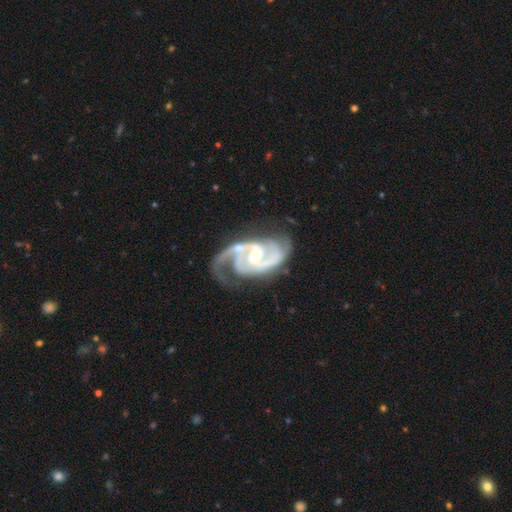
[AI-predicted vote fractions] Q: Smooth or featured?
A: featured or disk (93%); runner-up: star or artifact (4%)
Q: Edge-on disk?
A: no (98%); runner-up: yes (2%)
Q: Bar?
A: weak (47%); runner-up: no (32%)
Q: Spiral arms?
A: yes (99%); runner-up: no (1%)
Q: Spiral winding?
A: medium (55%); runner-up: tight (36%)
Q: Spiral arm count?
A: 2 (78%); runner-up: 3 (12%)
Q: Bulge size?
A: small (50%); runner-up: moderate (45%)
Q: Merging?
A: none (62%); runner-up: minor disturbance (22%)